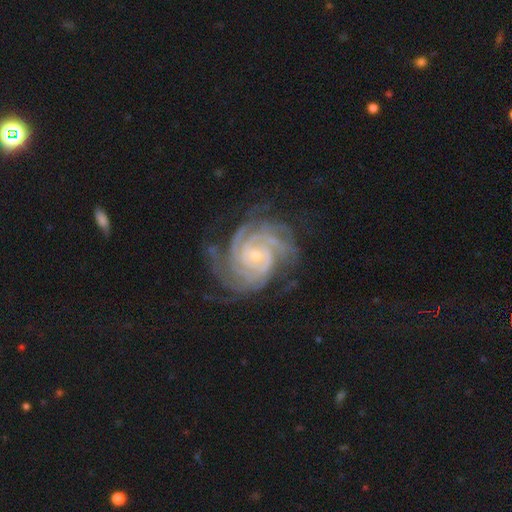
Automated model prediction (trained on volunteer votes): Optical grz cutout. It shows a featured or disk galaxy (92%) with no bar (60%), 4 (27%) tight (79%) spiral arms (99%) and a small central bulge (75%). Merging: none (70%).